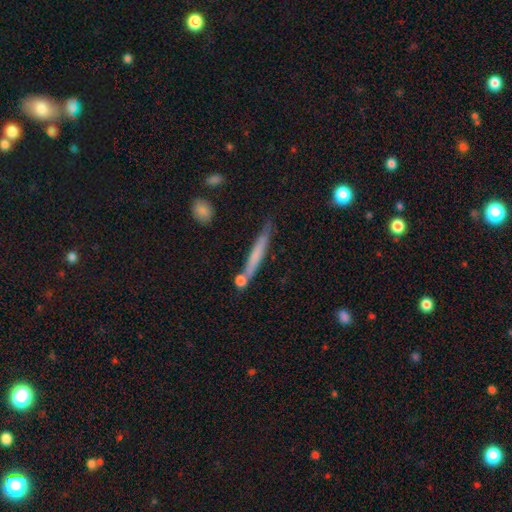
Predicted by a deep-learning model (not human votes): Morphology: type=smooth (57%); roundness=cigar-shaped (95%); merging=none (67%).